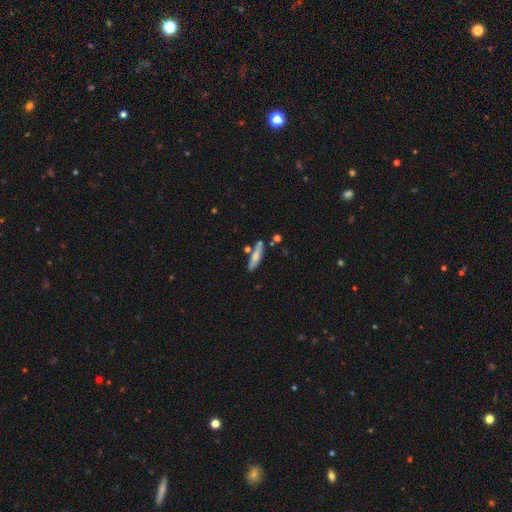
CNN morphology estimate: Smooth or featured? smooth (68%)
How rounded? cigar-shaped (81%)
Merging? none (75%)